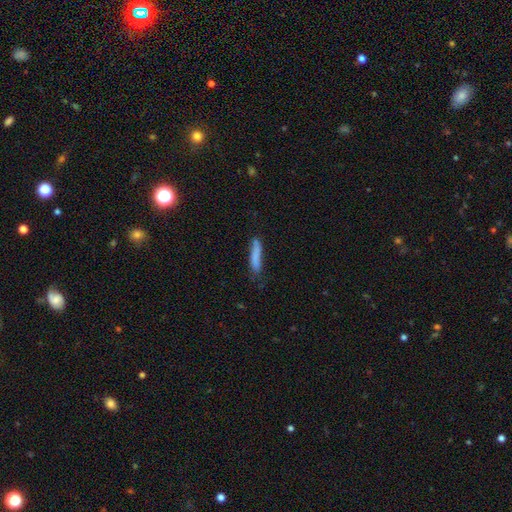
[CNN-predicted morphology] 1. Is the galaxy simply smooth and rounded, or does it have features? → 80% smooth, 13% featured or disk, 7% star or artifact.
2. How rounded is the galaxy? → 84% cigar-shaped, 14% in between, 2% round.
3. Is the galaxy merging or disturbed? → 68% none, 23% minor disturbance, 6% major disturbance, 3% merger.